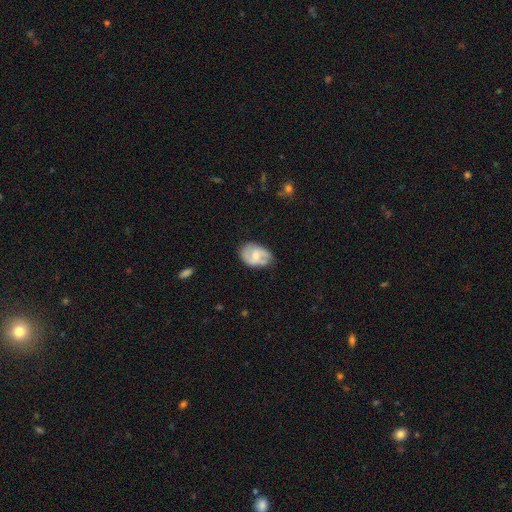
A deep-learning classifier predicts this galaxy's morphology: A featured or disk galaxy (59%) with a weak bar (48%), spiral arms (83%) and a moderate central bulge (42%).

Vote fractions:
- Smooth or featured? featured or disk: 59% / smooth: 35% / star or artifact: 6%
- Edge-on disk? no: 97% / yes: 3%
- Bar? weak: 48% / no: 40% / strong: 12%
- Spiral arms? yes: 83% / no: 17%
- Bulge size? moderate: 42% / small: 41% / none: 12% / large: 4% / dominant: 1%
- Merging? none: 63% / minor disturbance: 27% / major disturbance: 8% / merger: 2%